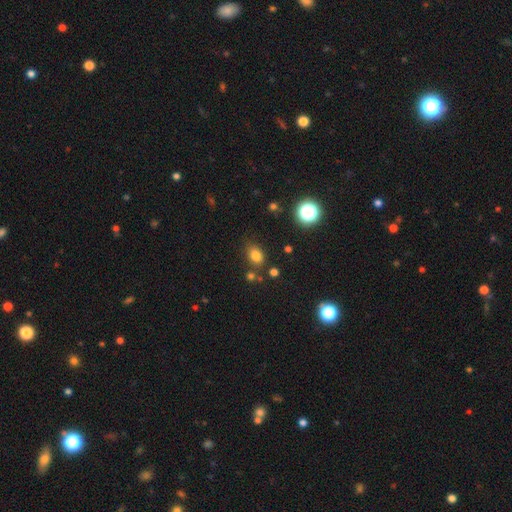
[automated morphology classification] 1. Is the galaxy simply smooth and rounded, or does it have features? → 78% smooth, 15% star or artifact, 7% featured or disk.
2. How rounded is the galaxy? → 67% in between, 32% round, 1% cigar-shaped.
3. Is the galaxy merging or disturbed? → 76% none, 14% minor disturbance, 6% merger, 4% major disturbance.